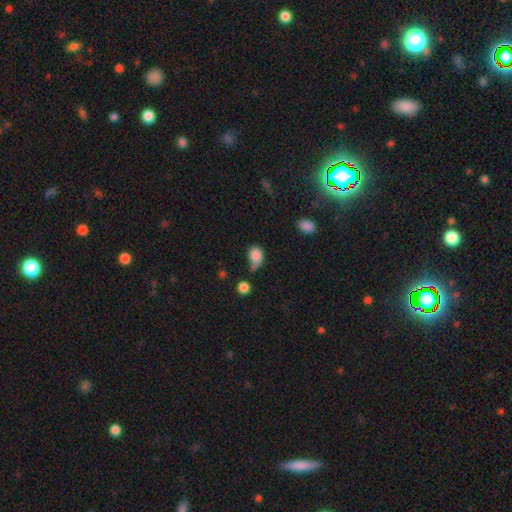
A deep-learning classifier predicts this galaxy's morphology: This is clearly a smooth galaxy (83%). How rounded: possibly in between (57%). Merging: marginally minor disturbance (35%).